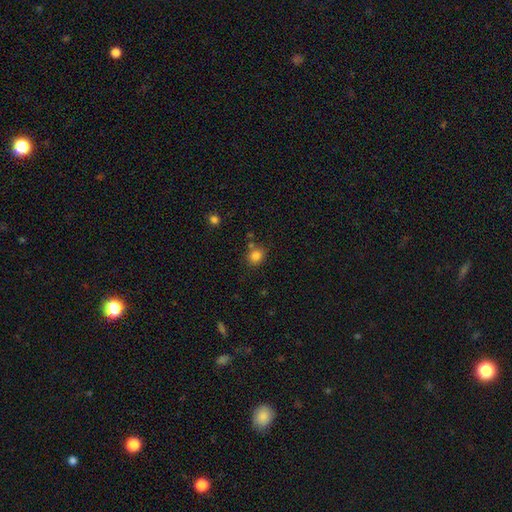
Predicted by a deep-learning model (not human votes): Smooth or featured?
  - smooth: 82% *
  - star or artifact: 12%
  - featured or disk: 6%
How rounded?
  - round: 78% *
  - in between: 21%
  - cigar-shaped: 1%
Merging?
  - none: 73% *
  - minor disturbance: 12%
  - merger: 11%
  - major disturbance: 4%